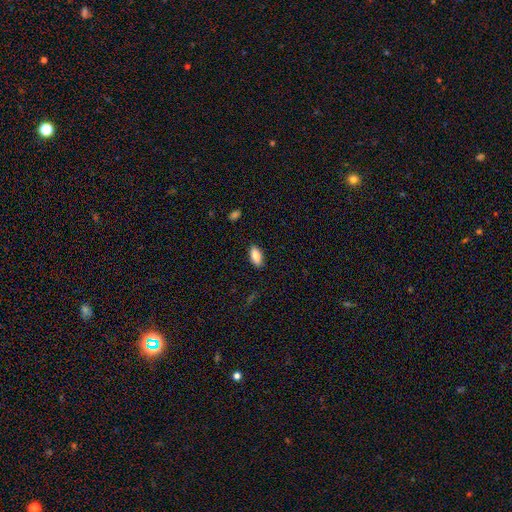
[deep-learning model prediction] A smooth galaxy with no disk features (84%) that is in between round and cigar-shaped (90%). Merging: none (88%).